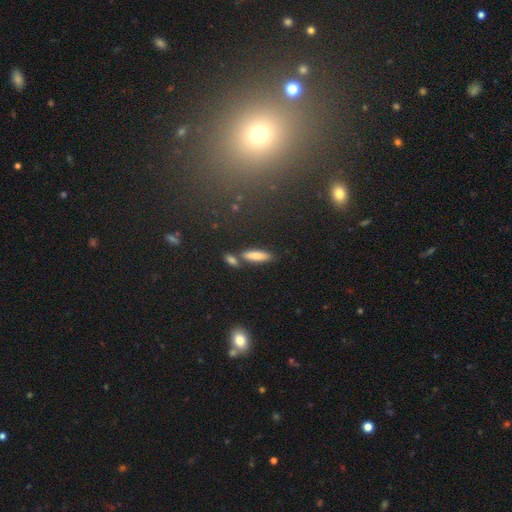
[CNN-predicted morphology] Smooth or featured: smooth — 80% (featured or disk — 12%)
How rounded: cigar-shaped — 61% (in between — 36%)
Merging: none — 70% (merger — 15%)